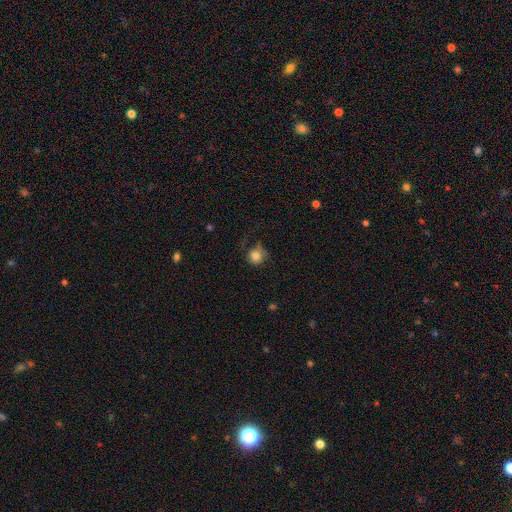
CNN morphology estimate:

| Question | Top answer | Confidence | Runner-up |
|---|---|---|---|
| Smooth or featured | smooth | 80% | star or artifact (10%) |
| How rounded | round | 85% | in between (14%) |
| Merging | none | 52% | minor disturbance (24%) |